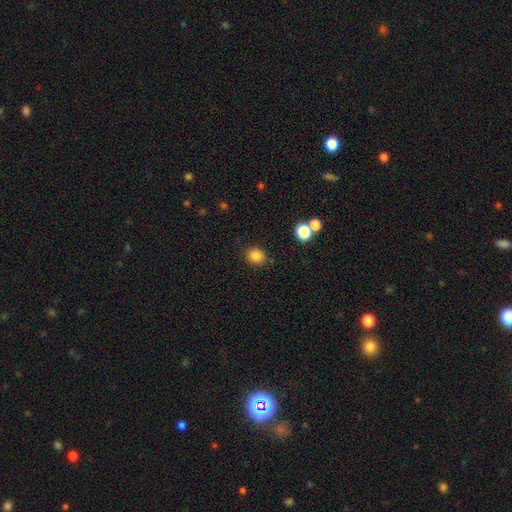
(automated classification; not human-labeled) A smooth galaxy with no disk features (84%) that is round (71%). Merging: none (85%).